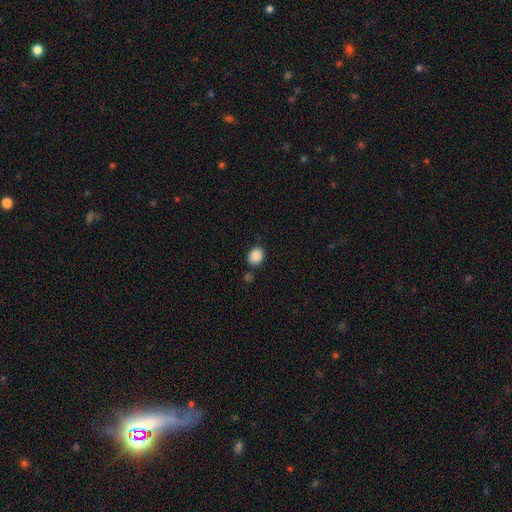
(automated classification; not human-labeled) Q: Smooth or featured?
A: smooth (88%); runner-up: star or artifact (9%)
Q: How rounded?
A: round (57%); runner-up: in between (42%)
Q: Merging?
A: none (78%); runner-up: minor disturbance (14%)